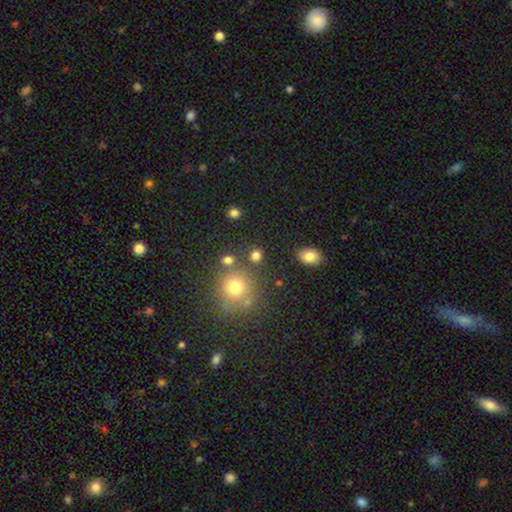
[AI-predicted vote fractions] Smooth or featured? Predicted: smooth (p=0.77). How rounded? Predicted: round (p=0.82). Merging? Predicted: none (p=0.78).